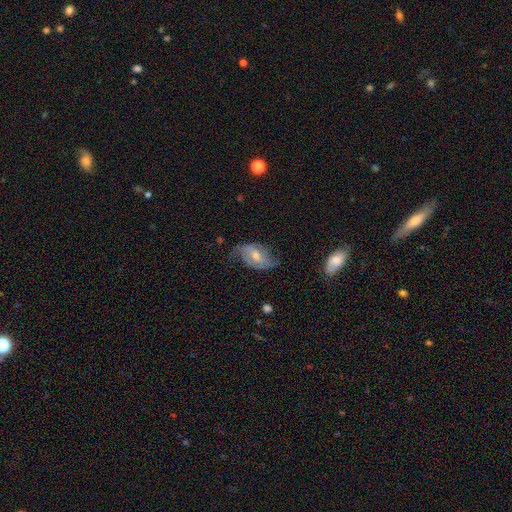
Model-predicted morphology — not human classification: Smooth or featured? Predicted: featured or disk (p=0.66). Edge-on disk? Predicted: no (p=0.94). Bar? Predicted: weak (p=0.49). Spiral arms? Predicted: yes (p=0.86). Spiral winding? Predicted: loose (p=0.41). Spiral arm count? Predicted: 2 (p=0.79). Bulge size? Predicted: moderate (p=0.58). Merging? Predicted: none (p=0.55).